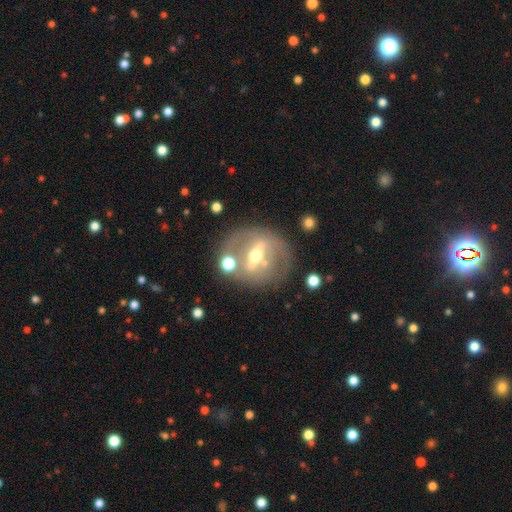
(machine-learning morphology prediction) This appears to be a featured or disk galaxy (74%) with a strong bar (68%), no spiral arms (80%) and a moderate central bulge (71%). Merging: none (70%).